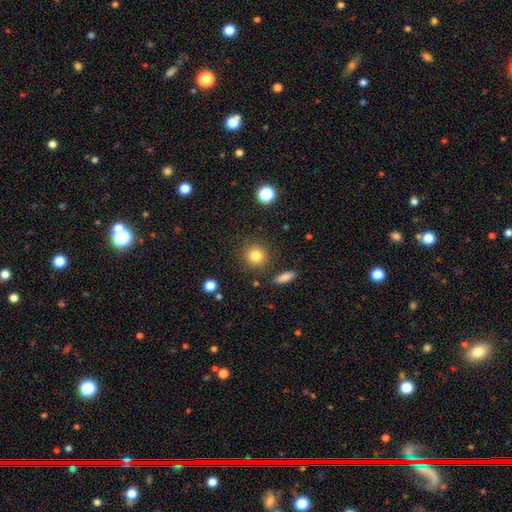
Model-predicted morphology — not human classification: A smooth galaxy with no disk features (82%) that is round (91%).

Vote fractions:
- Smooth or featured? smooth: 82% / star or artifact: 11% / featured or disk: 7%
- How rounded? round: 91% / in between: 8% / cigar-shaped: 1%
- Merging? none: 87% / minor disturbance: 7% / merger: 3% / major disturbance: 3%